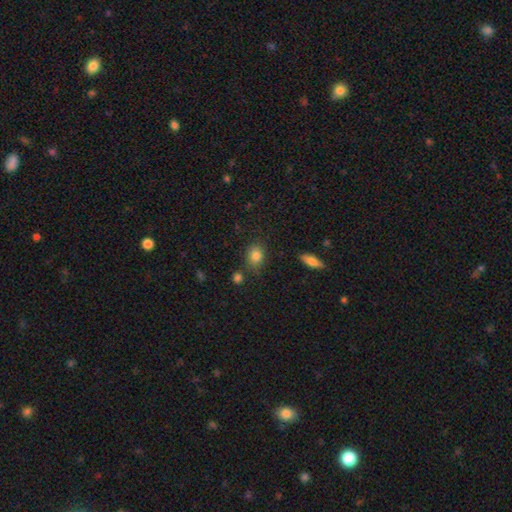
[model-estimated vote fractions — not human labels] A smooth galaxy with no disk features (84%) that is in between round and cigar-shaped (52%). Merging: none (76%).